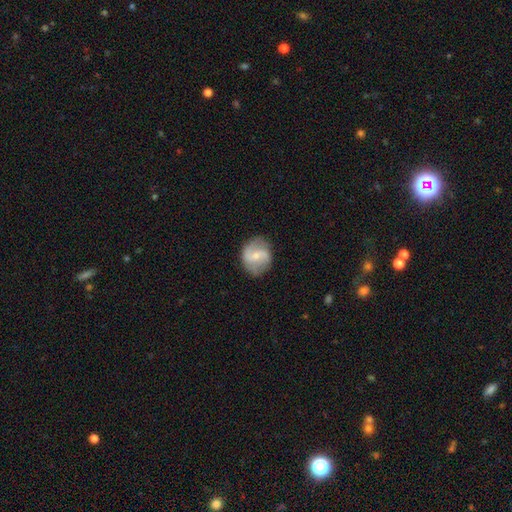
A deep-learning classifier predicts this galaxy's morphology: Smooth or featured? featured or disk (70%)
Edge-on disk? no (97%)
Bar? weak (49%)
Spiral arms? yes (91%)
Spiral winding? medium (43%)
Spiral arm count? 2 (87%)
Bulge size? small (59%)
Merging? none (80%)